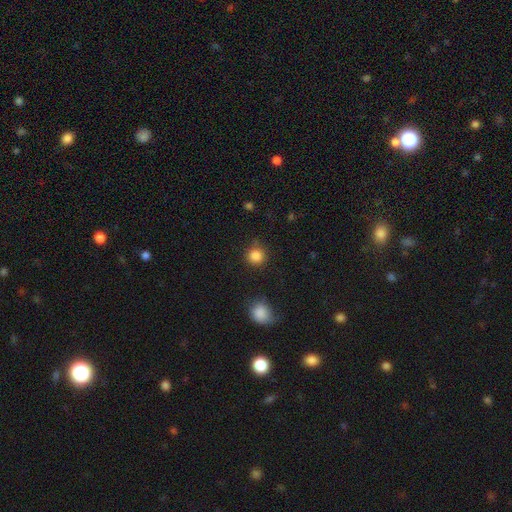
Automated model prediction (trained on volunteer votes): This is clearly a smooth galaxy (85%). How rounded: clearly round (93%). Merging: clearly none (83%).